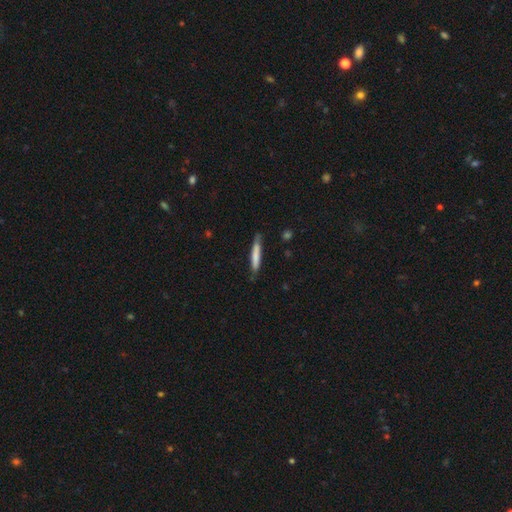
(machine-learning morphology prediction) A smooth galaxy with no disk features (72%) that is cigar-shaped (94%).

Vote fractions:
- Smooth or featured? smooth: 72% / featured or disk: 22% / star or artifact: 5%
- How rounded? cigar-shaped: 94% / in between: 5% / round: 1%
- Merging? none: 77% / minor disturbance: 19% / major disturbance: 3% / merger: 2%